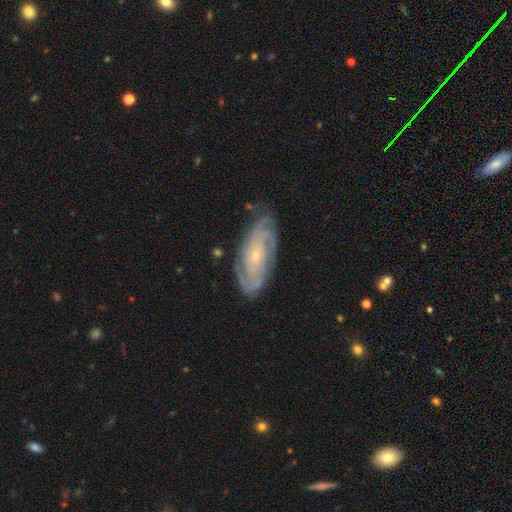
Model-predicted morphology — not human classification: featured or disk 86%, smooth 8%, star or artifact 6%. Down the decision tree: edge-on disk — no (94%); bar — no (72%); spiral arms — yes (96%); spiral arm count — 2 (33%); spiral winding — tight (71%); bulge size — small (81%); merging — none (76%).